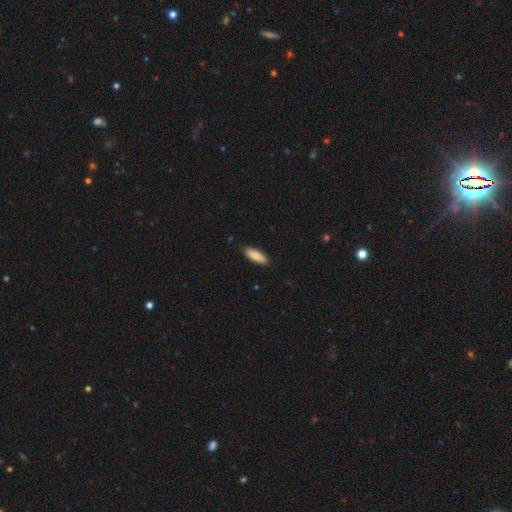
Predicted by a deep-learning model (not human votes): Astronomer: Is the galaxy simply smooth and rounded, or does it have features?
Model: smooth — 85%.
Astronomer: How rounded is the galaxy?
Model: in between — 57% (runner-up: cigar-shaped, 41%).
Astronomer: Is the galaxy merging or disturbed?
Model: none — 87%.